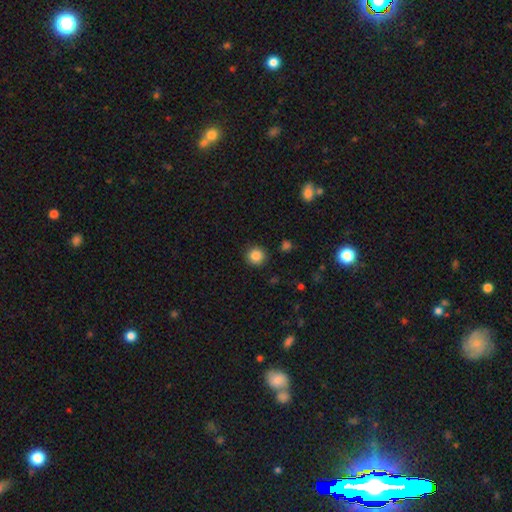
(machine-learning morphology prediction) Smooth or featured? smooth (86%)
How rounded? round (94%)
Merging? none (90%)